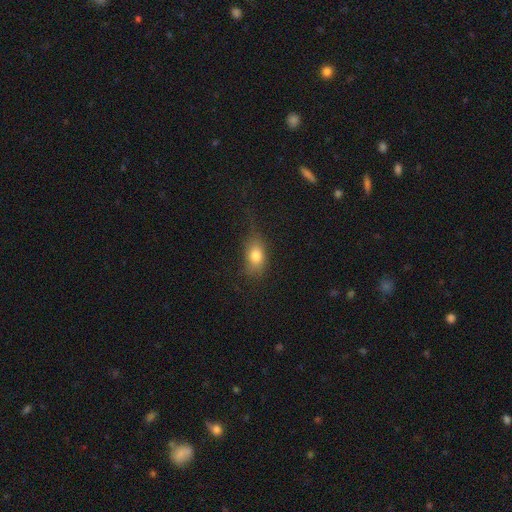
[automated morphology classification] A smooth galaxy with no disk features (79%) that is in between round and cigar-shaped (80%). Merging: none (56%).